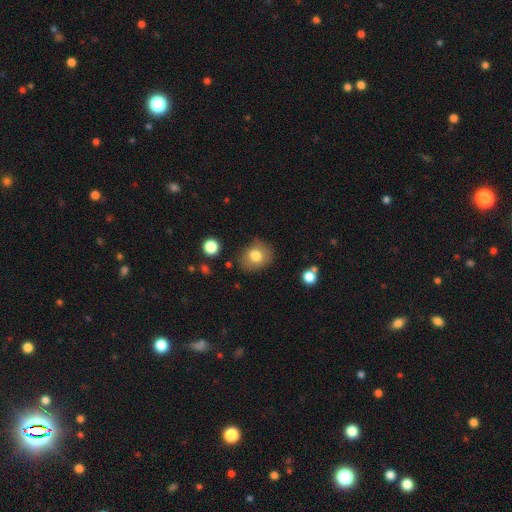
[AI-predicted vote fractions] A smooth galaxy with no disk features (78%) that is round (57%).

Vote fractions:
- Smooth or featured? smooth: 78% / featured or disk: 12% / star or artifact: 10%
- How rounded? round: 57% / in between: 42% / cigar-shaped: 1%
- Merging? none: 75% / minor disturbance: 17% / major disturbance: 5% / merger: 3%